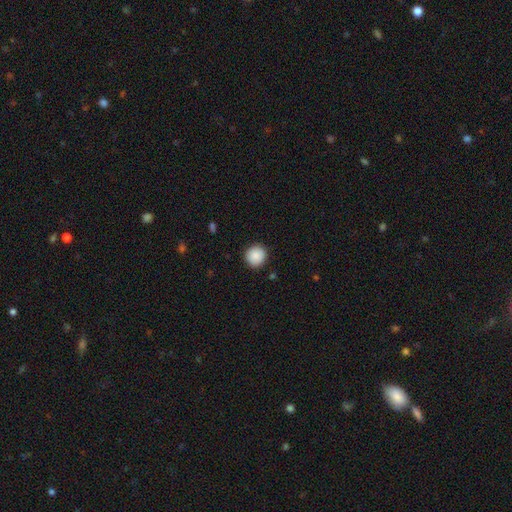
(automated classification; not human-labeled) The model was most divided on "smooth or featured": smooth: 89%, star or artifact: 8%, featured or disk: 3%. More confident: how rounded — round (91%); merging — none (90%).